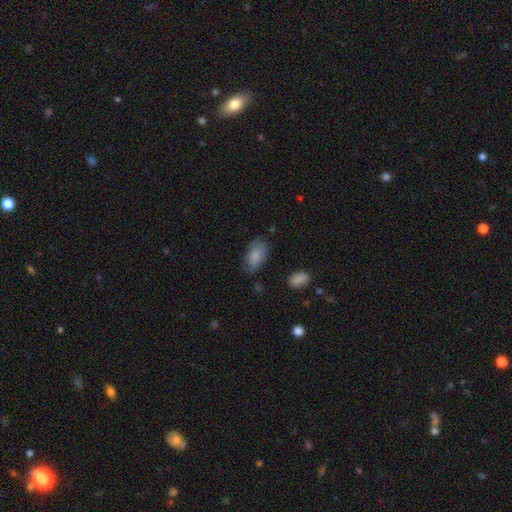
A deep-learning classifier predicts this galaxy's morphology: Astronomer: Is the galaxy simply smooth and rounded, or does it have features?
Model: smooth — 83%.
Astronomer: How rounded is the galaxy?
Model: in between — 93%.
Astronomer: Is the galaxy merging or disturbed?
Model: none — 70%.